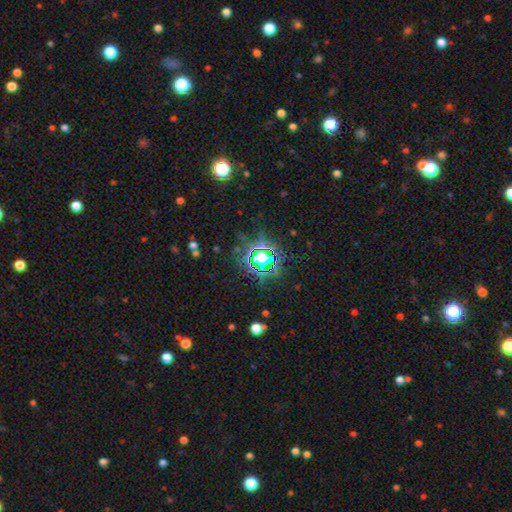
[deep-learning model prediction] Morphology: type=star or artifact (82%).